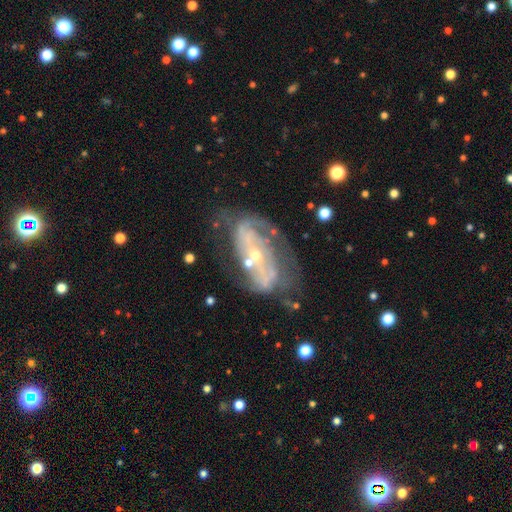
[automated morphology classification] This is clearly a featured or disk galaxy (82%). It is clearly not viewed edge-on (93%). Bar: possibly no (55%). Spiral arm pattern: clearly yes (82%). Spiral arm count: possibly 2 (54%). Spiral winding: marginally tight (42%). Central bulge: likely small (68%). Merging: possibly none (51%).